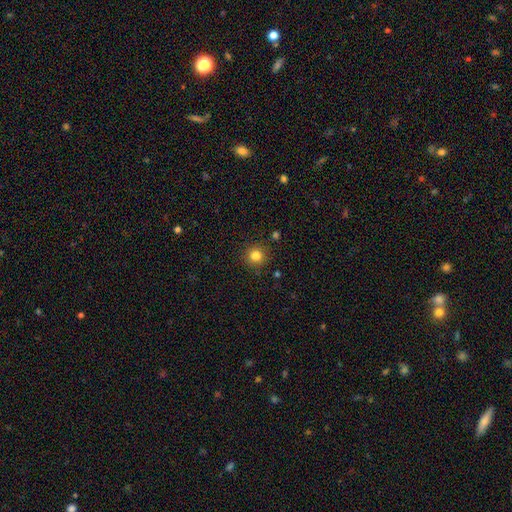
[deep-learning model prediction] The model was most divided on "smooth or featured": smooth: 81%, star or artifact: 13%, featured or disk: 6%. More confident: how rounded — round (93%); merging — none (89%).